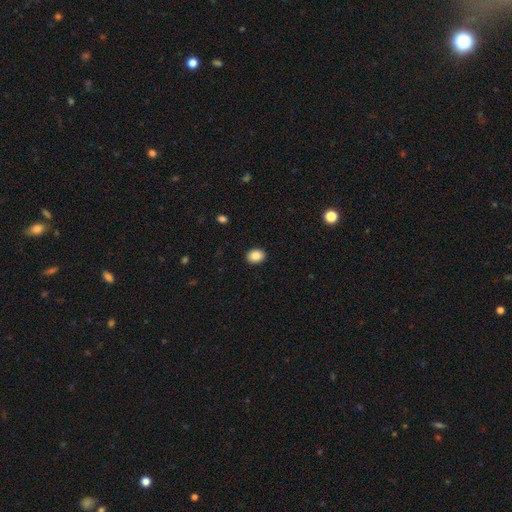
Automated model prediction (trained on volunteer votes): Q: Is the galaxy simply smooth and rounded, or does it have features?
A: smooth — 86%.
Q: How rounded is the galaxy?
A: in between — 60%.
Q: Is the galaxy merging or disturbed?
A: none — 91%.